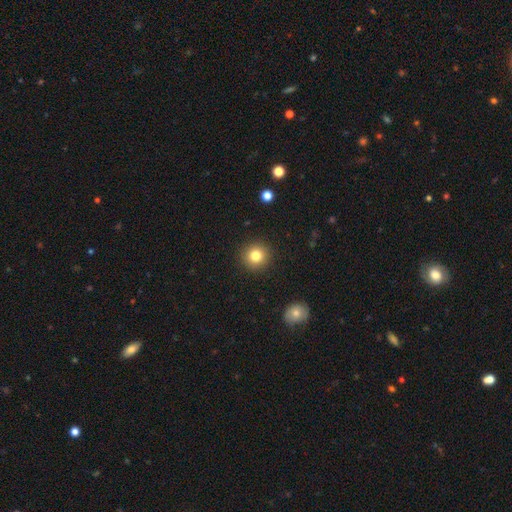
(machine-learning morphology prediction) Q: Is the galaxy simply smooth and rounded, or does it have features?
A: smooth — 81%.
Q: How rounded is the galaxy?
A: round — 93%.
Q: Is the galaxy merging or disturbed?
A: none — 92%.